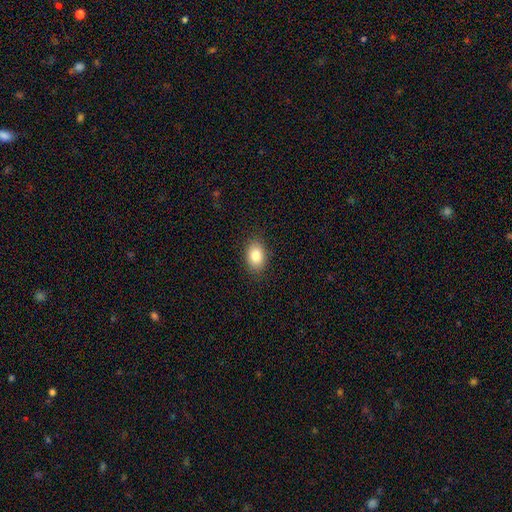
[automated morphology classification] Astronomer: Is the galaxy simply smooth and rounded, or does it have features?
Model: smooth — 84%.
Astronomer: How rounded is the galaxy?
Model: in between — 81%.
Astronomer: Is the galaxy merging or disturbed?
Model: none — 87%.